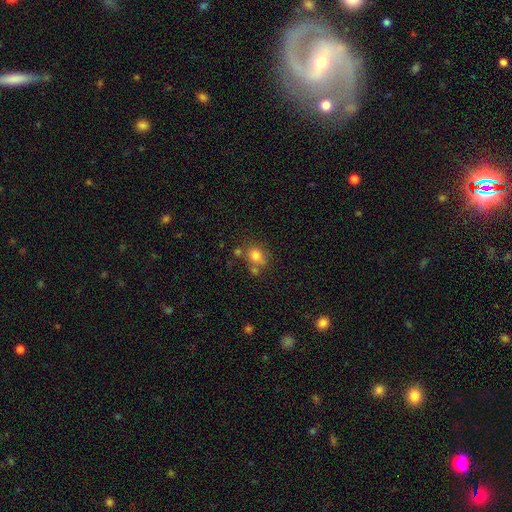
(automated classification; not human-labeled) smooth_or_featured: smooth (p=0.77) [alt: star or artifact p=0.12]
how_rounded: round (p=0.55) [alt: in between p=0.44]
merging: none (p=0.56) [alt: merger p=0.20]